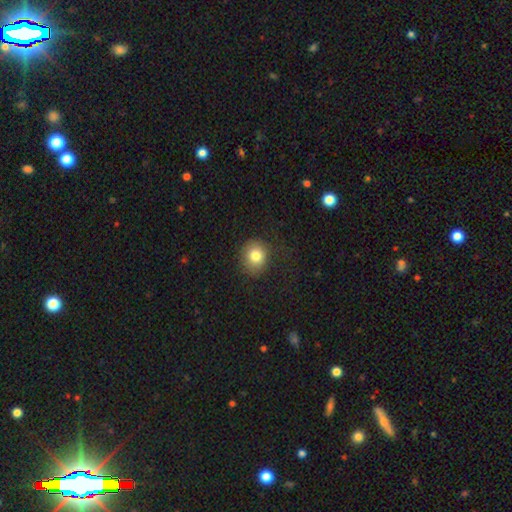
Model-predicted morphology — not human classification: Smooth or featured: smooth — 80% (star or artifact — 11%)
How rounded: round — 80% (in between — 19%)
Merging: none — 80% (minor disturbance — 13%)